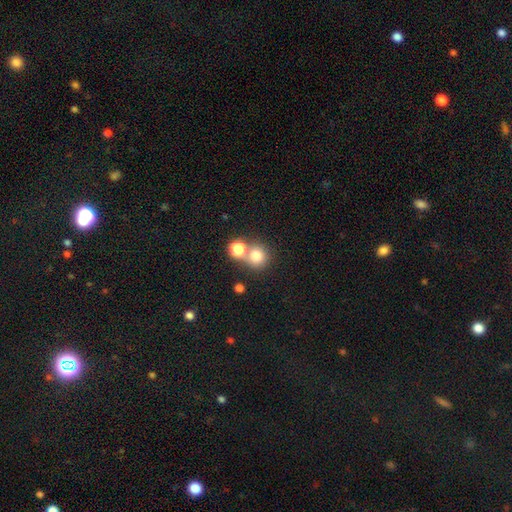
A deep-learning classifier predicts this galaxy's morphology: This is likely a smooth galaxy (77%). How rounded: clearly round (88%). Merging: possibly none (50%).